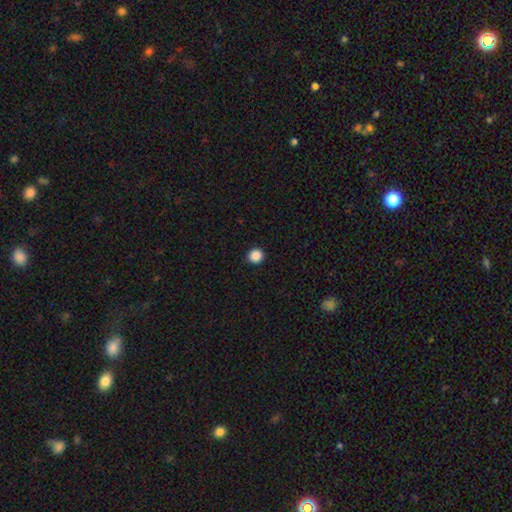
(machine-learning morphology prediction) smooth_or_featured: smooth (p=0.88) [alt: star or artifact p=0.10]
how_rounded: round (p=0.94) [alt: in between p=0.05]
merging: none (p=0.93) [alt: minor disturbance p=0.04]